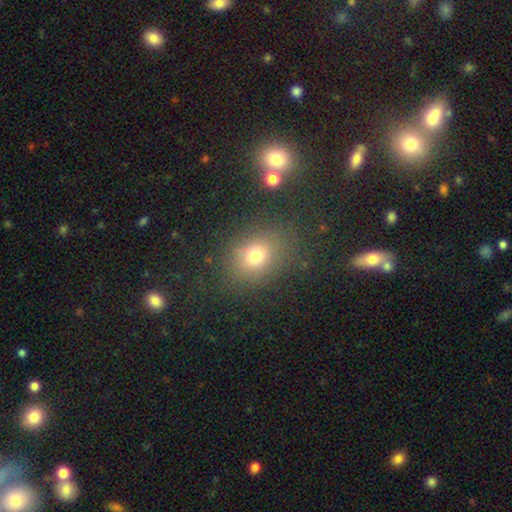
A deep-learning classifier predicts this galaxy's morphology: Smooth or featured? Predicted: smooth (p=0.72). How rounded? Predicted: in between (p=0.56). Merging? Predicted: none (p=0.77).